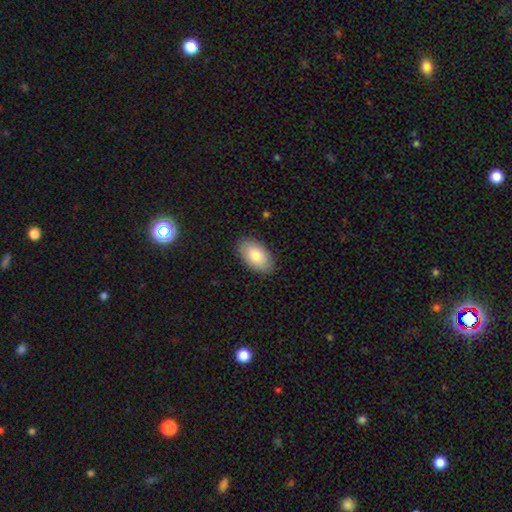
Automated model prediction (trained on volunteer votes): smooth 80%, featured or disk 13%, star or artifact 7%. Down the decision tree: how rounded — in between (94%); merging — none (88%).